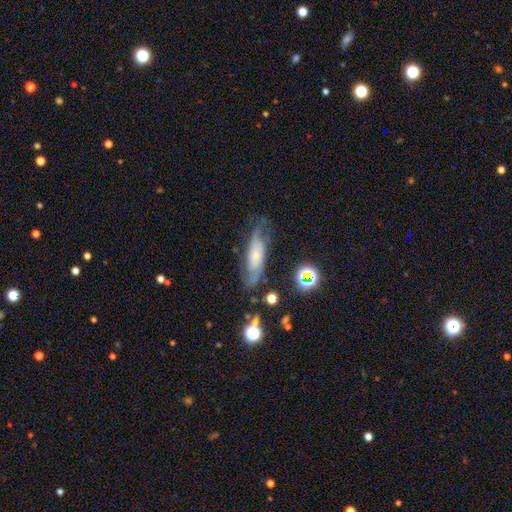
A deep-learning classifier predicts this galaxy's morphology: smooth-or-featured: featured or disk: 68% | smooth: 23% | star or artifact: 9%
  disk-edge-on: no: 81% | yes: 19%
    bar: no: 69% | weak: 24% | strong: 7%
    has-spiral-arms: yes: 88% | no: 12%
    bulge-size: small: 62% | moderate: 27% | none: 6% | large: 4% | dominant: 2%
  merging: none: 64% | minor disturbance: 22% | major disturbance: 11% | merger: 3%